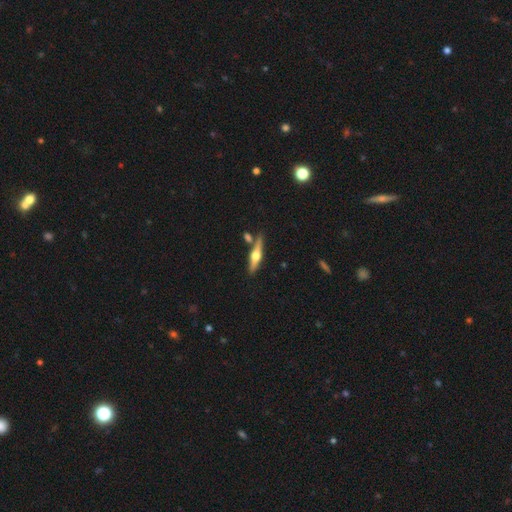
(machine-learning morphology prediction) Smooth or featured: featured or disk — 69% (smooth — 25%)
Edge-on disk: yes — 96% (no — 4%)
Edge-on bulge: rounded — 95% (boxy — 3%)
Merging: none — 77% (merger — 10%)